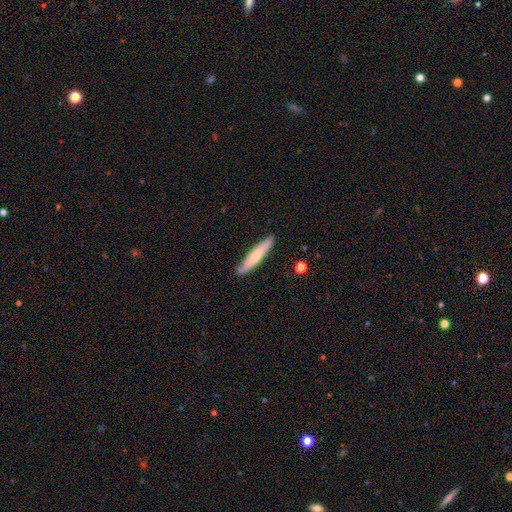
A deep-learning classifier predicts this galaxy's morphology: Smooth or featured? smooth (64%)
How rounded? cigar-shaped (89%)
Merging? none (83%)